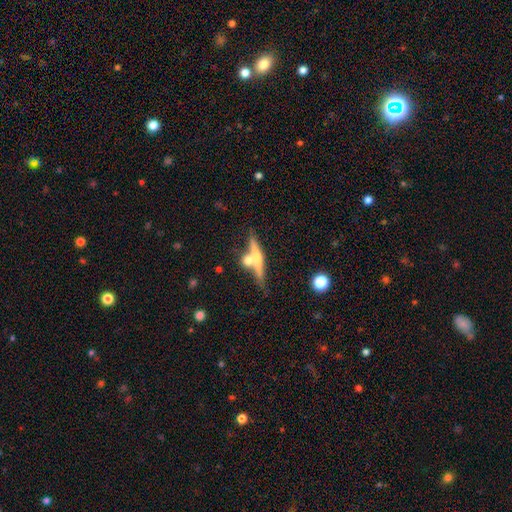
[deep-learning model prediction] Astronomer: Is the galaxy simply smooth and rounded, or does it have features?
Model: featured or disk — 61%.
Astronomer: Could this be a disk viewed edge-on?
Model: yes — 93%.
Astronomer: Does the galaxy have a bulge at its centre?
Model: rounded — 71%.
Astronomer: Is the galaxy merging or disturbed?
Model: none — 60%.